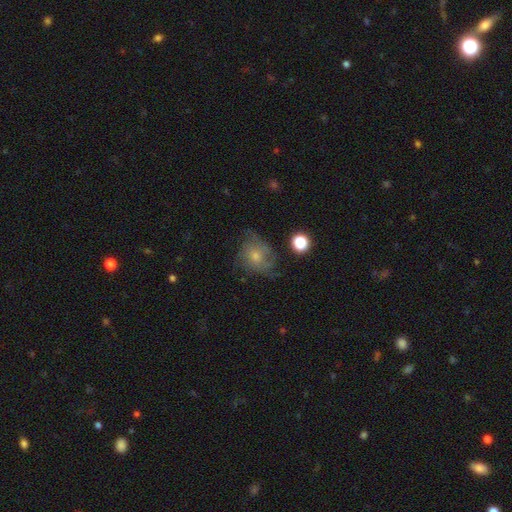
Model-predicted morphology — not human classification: smooth_or_featured: featured or disk (p=0.54) [alt: smooth p=0.32]
disk_edge_on: no (p=0.96) [alt: yes p=0.04]
bar: no (p=0.82) [alt: weak p=0.16]
has_spiral_arms: yes (p=0.79) [alt: no p=0.21]
bulge_size: moderate (p=0.50) [alt: small p=0.40]
merging: none (p=0.60) [alt: minor disturbance p=0.24]